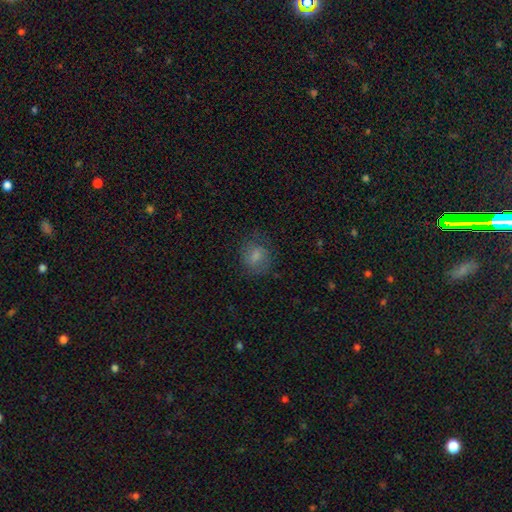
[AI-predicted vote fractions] Smooth or featured?
  - smooth: 73% *
  - featured or disk: 16%
  - star or artifact: 10%
How rounded?
  - round: 63% *
  - in between: 35%
  - cigar-shaped: 1%
Merging?
  - none: 70% *
  - minor disturbance: 19%
  - major disturbance: 10%
  - merger: 1%